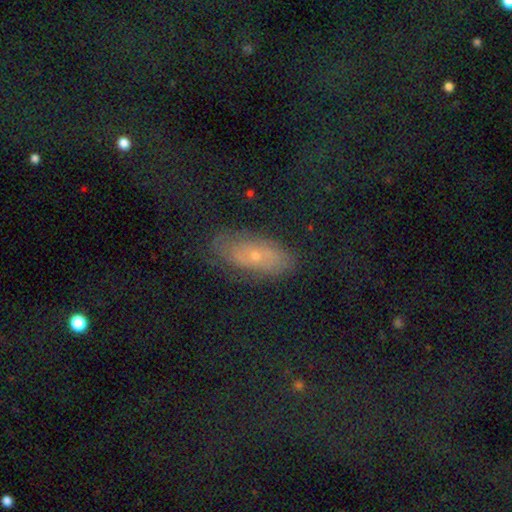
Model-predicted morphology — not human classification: Smooth or featured: featured or disk — 40% (smooth — 39%)
Merging: none — 75% (minor disturbance — 16%)